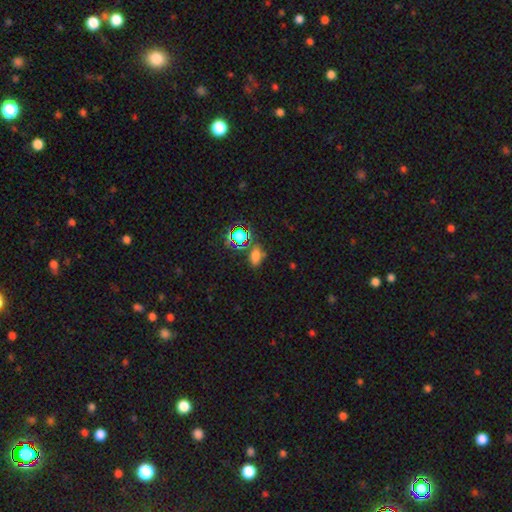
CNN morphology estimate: type=smooth (60%); roundness=in between (77%); merging=none (69%).